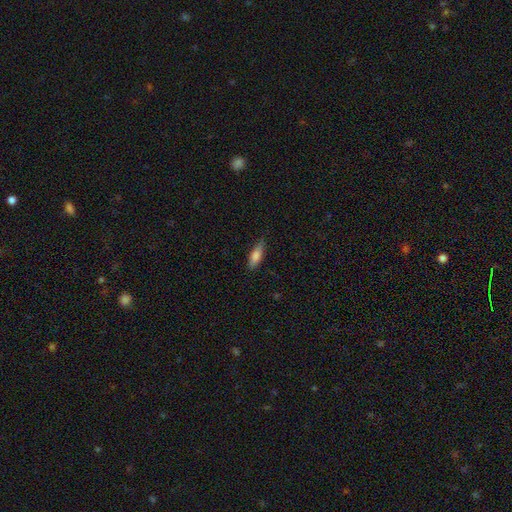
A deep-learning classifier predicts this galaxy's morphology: Q: Smooth or featured?
A: smooth (79%); runner-up: featured or disk (14%)
Q: How rounded?
A: in between (54%); runner-up: cigar-shaped (44%)
Q: Merging?
A: none (78%); runner-up: minor disturbance (18%)